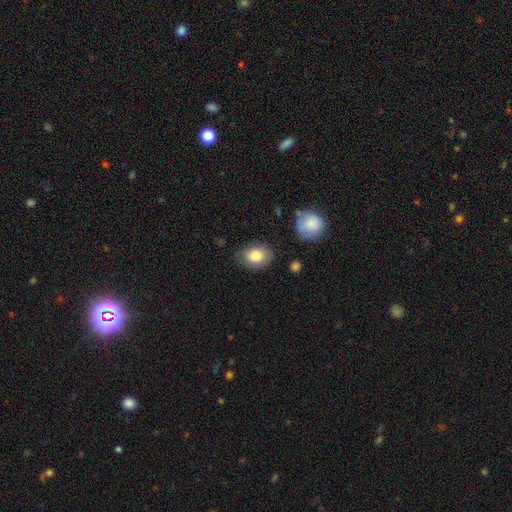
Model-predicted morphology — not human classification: type=smooth (82%); roundness=in between (70%); merging=none (76%).